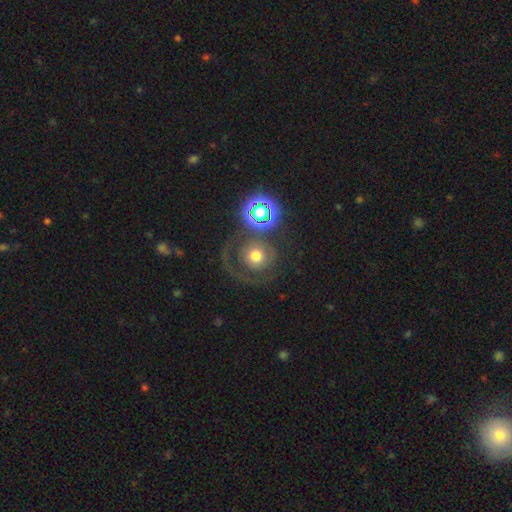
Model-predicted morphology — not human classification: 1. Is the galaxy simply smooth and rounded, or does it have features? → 48% smooth, 37% featured or disk, 16% star or artifact.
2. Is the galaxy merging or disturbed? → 47% none, 30% major disturbance, 14% minor disturbance, 9% merger.